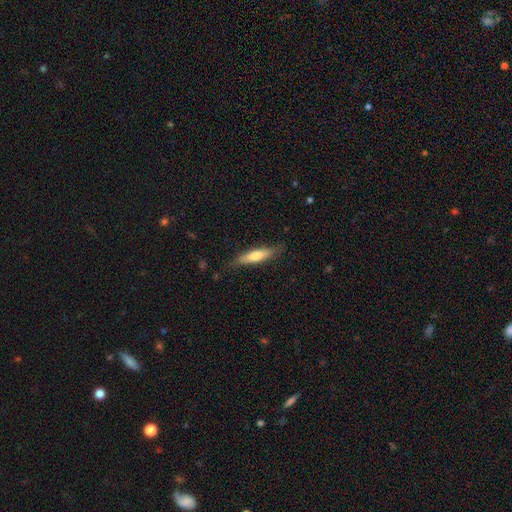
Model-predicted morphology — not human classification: Overall: smooth (61%; featured or disk 33%). How rounded: cigar-shaped (78%). Merging: none (81%).